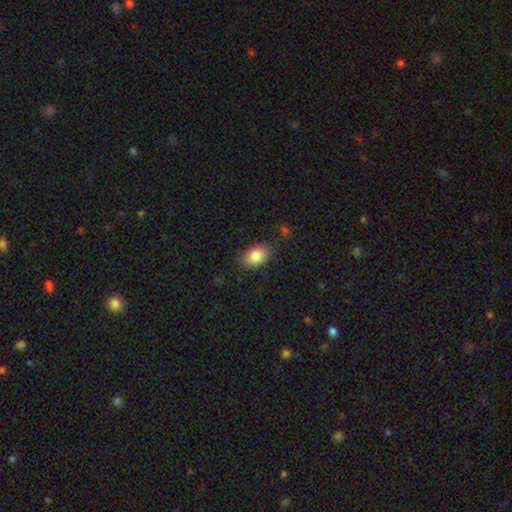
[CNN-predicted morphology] The model was most divided on "merging": none: 82%, minor disturbance: 13%, major disturbance: 3%, merger: 1%. More confident: how rounded — in between (86%); smooth or featured — smooth (86%).